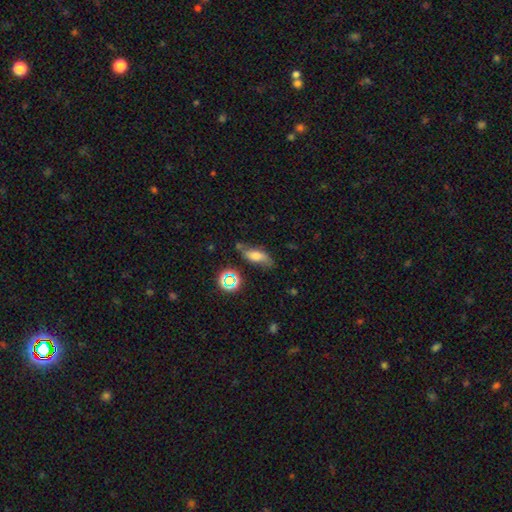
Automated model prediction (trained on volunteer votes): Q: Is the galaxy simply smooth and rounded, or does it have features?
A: smooth — 54%.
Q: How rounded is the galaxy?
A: in between — 66%.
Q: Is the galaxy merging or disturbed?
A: none — 59%.